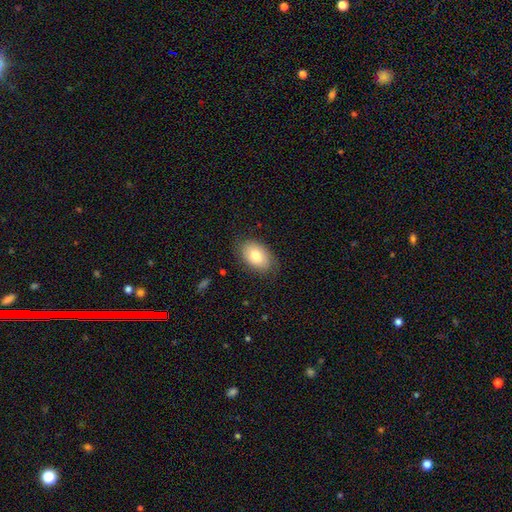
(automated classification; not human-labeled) Smooth or featured? smooth (77%)
How rounded? in between (88%)
Merging? none (80%)